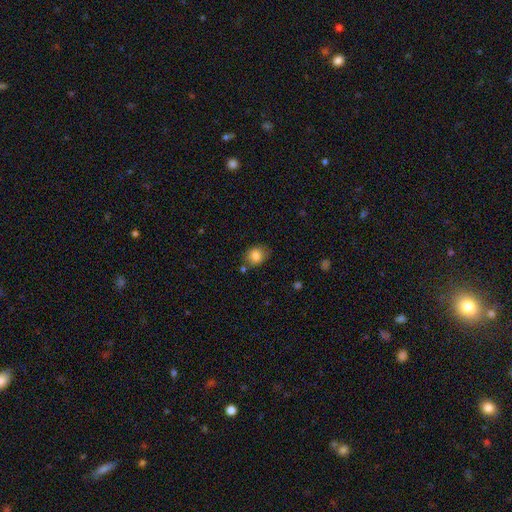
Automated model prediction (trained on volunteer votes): smooth-or-featured: smooth: 84% | star or artifact: 9% | featured or disk: 8%
  how-rounded: round: 52% | in between: 47% | cigar-shaped: 1%
  merging: none: 73% | minor disturbance: 18% | merger: 6% | major disturbance: 4%